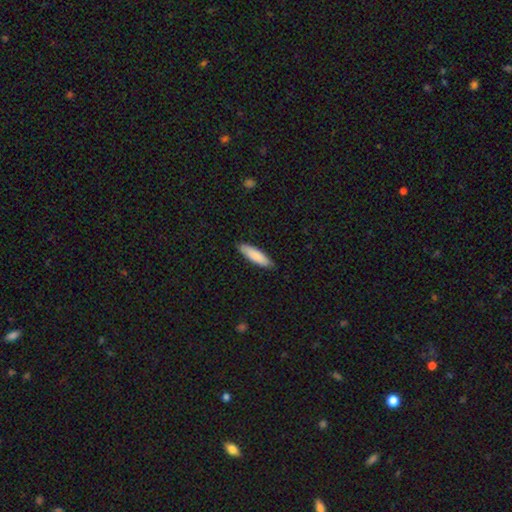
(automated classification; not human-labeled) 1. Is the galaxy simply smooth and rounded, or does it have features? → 86% smooth, 9% featured or disk, 5% star or artifact.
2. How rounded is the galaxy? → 61% cigar-shaped, 37% in between, 1% round.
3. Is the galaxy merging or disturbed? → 87% none, 11% minor disturbance, 2% major disturbance, 1% merger.